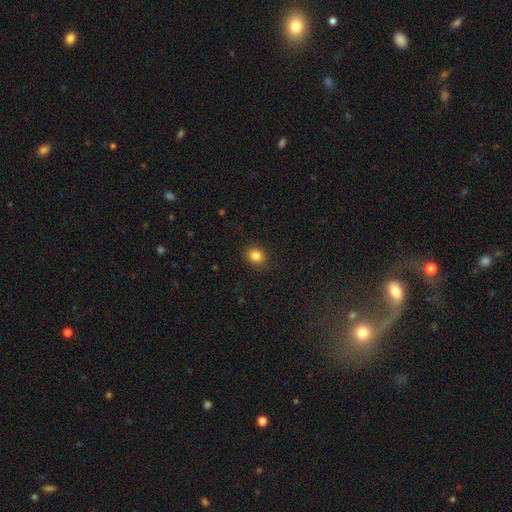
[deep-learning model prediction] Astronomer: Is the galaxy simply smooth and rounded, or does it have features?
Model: smooth — 84%.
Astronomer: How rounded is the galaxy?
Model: round — 68%.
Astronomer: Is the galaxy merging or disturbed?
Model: none — 90%.